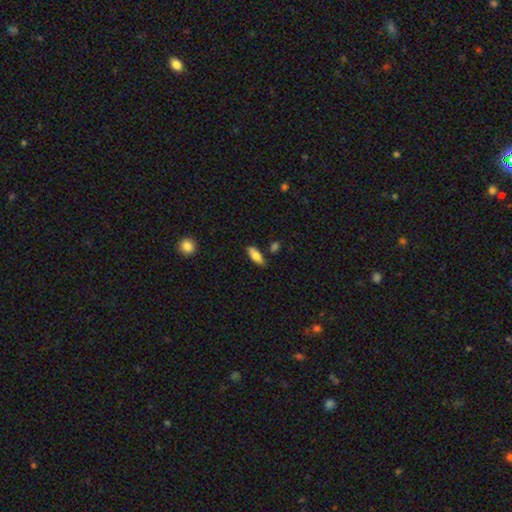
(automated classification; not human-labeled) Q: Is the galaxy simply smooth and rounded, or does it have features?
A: smooth — 79%.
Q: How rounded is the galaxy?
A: in between — 77%.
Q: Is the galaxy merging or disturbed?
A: none — 79%.